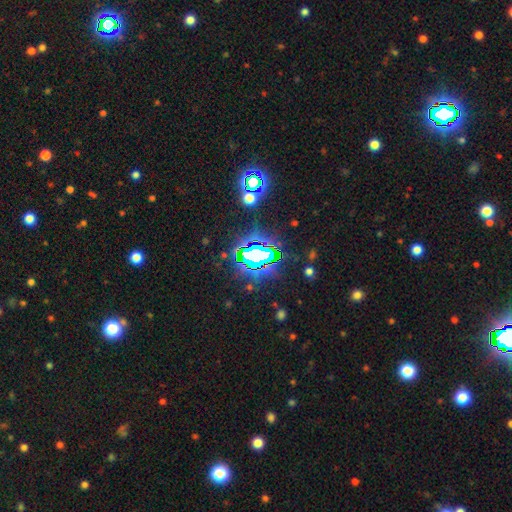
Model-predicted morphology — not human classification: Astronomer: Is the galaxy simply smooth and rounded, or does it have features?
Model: star or artifact — 75%.